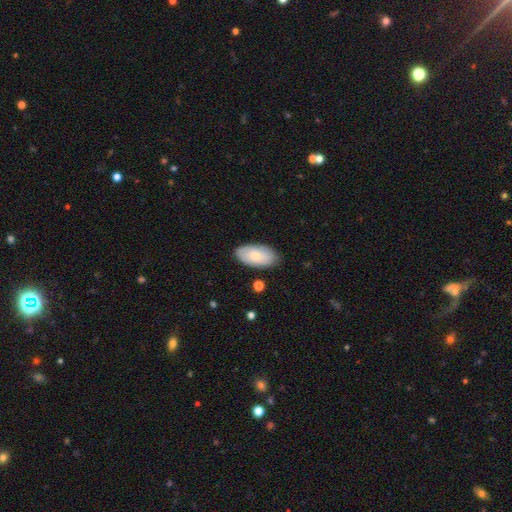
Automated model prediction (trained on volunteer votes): Morphology: type=smooth (73%); roundness=in between (95%); merging=none (82%).